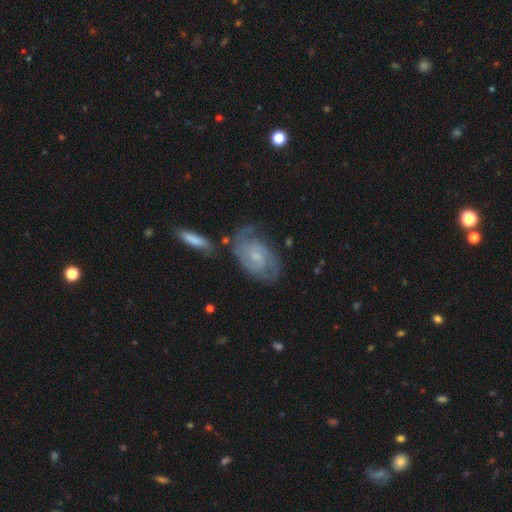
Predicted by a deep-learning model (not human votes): The model was most divided on "spiral winding": tight: 48%, medium: 40%, loose: 11%. More confident: edge-on disk — no (96%); spiral arms — yes (95%); smooth or featured — featured or disk (80%); merging — none (66%); spiral arm count — 2 (65%); bulge size — small (60%); bar — no (54%).